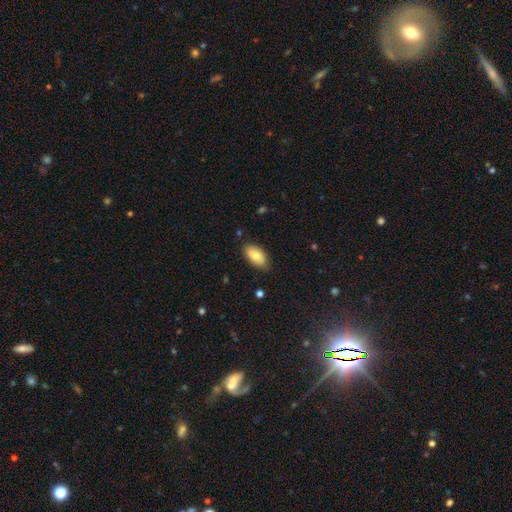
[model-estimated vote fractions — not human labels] Q: Smooth or featured?
A: smooth (73%); runner-up: featured or disk (20%)
Q: How rounded?
A: in between (93%); runner-up: cigar-shaped (4%)
Q: Merging?
A: none (79%); runner-up: minor disturbance (15%)